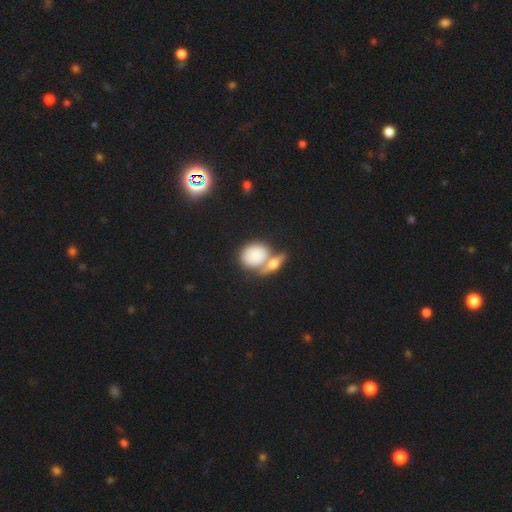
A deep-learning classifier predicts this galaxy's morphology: Q: Smooth or featured?
A: smooth (71%); runner-up: featured or disk (19%)
Q: How rounded?
A: round (63%); runner-up: in between (34%)
Q: Merging?
A: none (42%); runner-up: merger (41%)